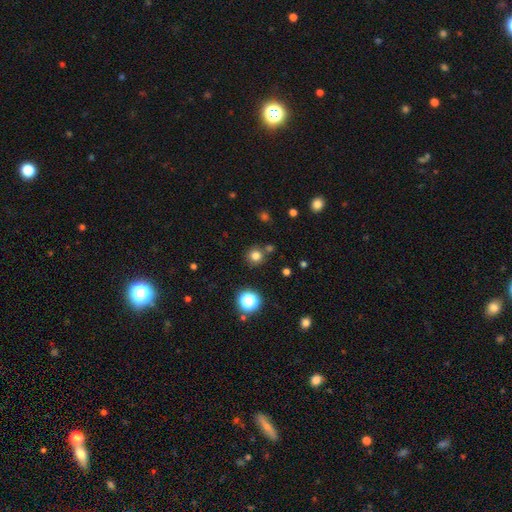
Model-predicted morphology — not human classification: Smooth or featured: smooth — 77% (star or artifact — 17%)
How rounded: round — 93% (in between — 6%)
Merging: none — 81% (merger — 9%)